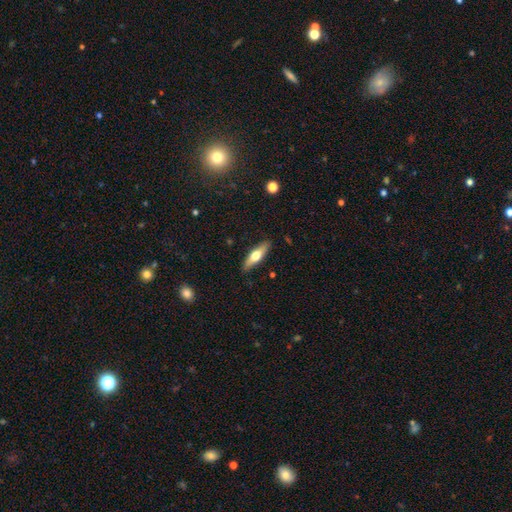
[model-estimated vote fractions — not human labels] Smooth or featured?
  - smooth: 51% *
  - featured or disk: 44%
  - star or artifact: 6%
How rounded?
  - cigar-shaped: 61% *
  - in between: 37%
  - round: 2%
Merging?
  - none: 87% *
  - minor disturbance: 9%
  - major disturbance: 2%
  - merger: 1%